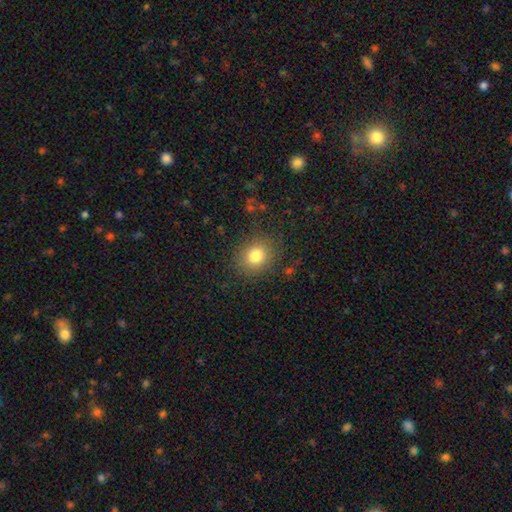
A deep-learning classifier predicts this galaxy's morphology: smooth_or_featured: smooth (p=0.81) [alt: star or artifact p=0.11]
how_rounded: round (p=0.66) [alt: in between p=0.33]
merging: none (p=0.84) [alt: minor disturbance p=0.11]